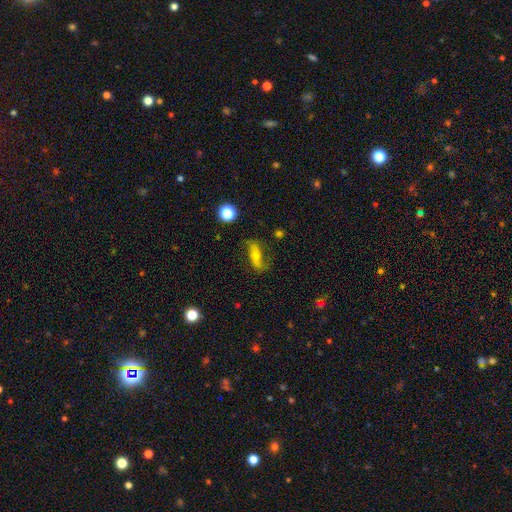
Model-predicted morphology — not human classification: Overall: featured or disk (54%; smooth 36%). Edge-on disk: no (81%). Merging: none (68%).